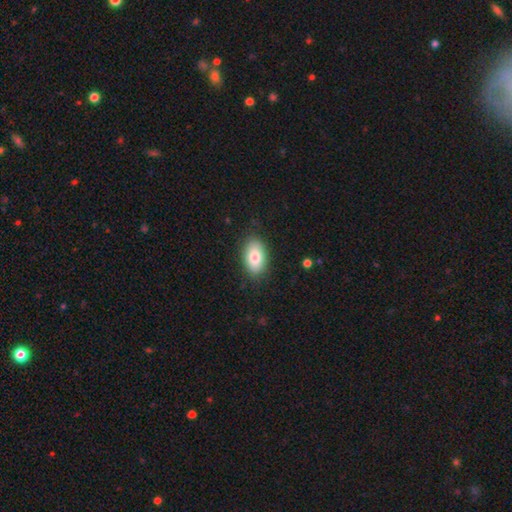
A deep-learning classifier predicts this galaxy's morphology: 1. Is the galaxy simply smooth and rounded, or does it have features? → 80% smooth, 13% featured or disk, 7% star or artifact.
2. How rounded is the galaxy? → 91% in between, 7% round, 2% cigar-shaped.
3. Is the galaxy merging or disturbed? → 85% none, 11% minor disturbance, 3% major disturbance, 1% merger.